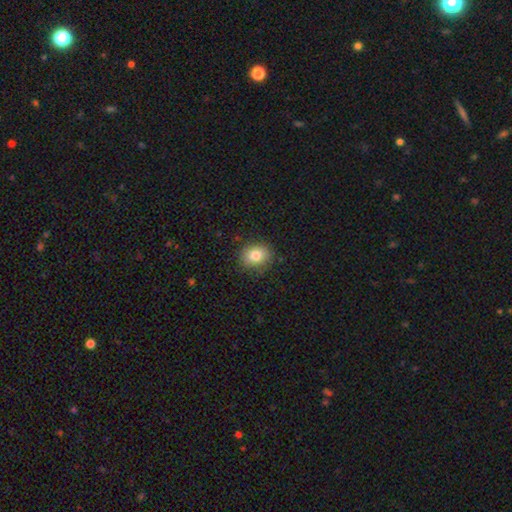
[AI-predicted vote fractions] Overall: smooth (81%). How rounded: round (58%; in between 41%). Merging: none (85%).